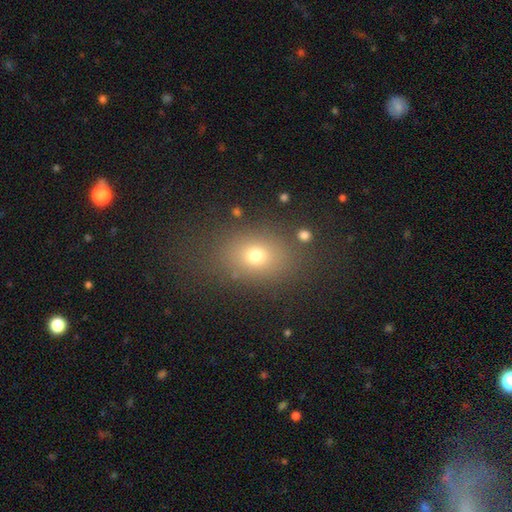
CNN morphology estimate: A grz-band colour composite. It shows a smooth galaxy with no disk features (71%) that is in between round and cigar-shaped (61%). Merging: none (78%).